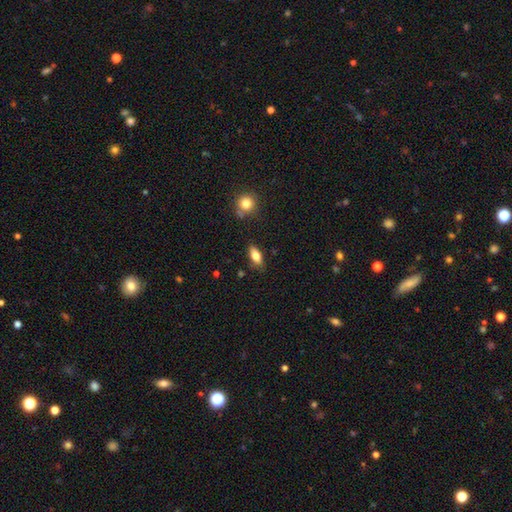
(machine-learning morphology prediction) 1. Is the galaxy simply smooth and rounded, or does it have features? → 75% smooth, 17% featured or disk, 7% star or artifact.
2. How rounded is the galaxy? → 81% in between, 16% cigar-shaped, 3% round.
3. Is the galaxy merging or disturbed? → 82% none, 13% minor disturbance, 3% major disturbance, 2% merger.